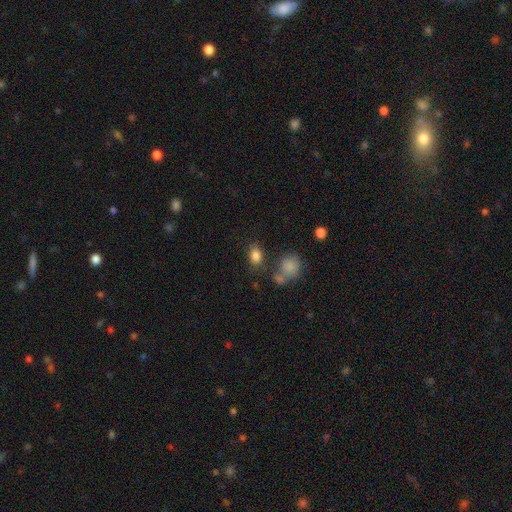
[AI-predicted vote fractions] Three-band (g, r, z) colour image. It shows a smooth galaxy with no disk features (83%) that is in between round and cigar-shaped (77%). Merging: none (70%).